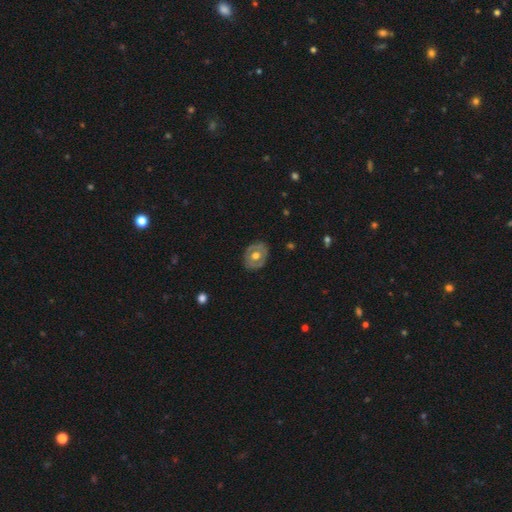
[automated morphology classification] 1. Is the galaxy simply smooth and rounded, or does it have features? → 54% featured or disk, 40% smooth, 6% star or artifact.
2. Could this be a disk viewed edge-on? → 93% no, 7% yes.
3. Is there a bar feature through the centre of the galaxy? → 83% no, 13% weak, 4% strong.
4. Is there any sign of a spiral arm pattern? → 82% no, 18% yes.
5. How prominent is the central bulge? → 73% moderate, 19% large, 6% small, 1% dominant, 1% none.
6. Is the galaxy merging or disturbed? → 81% none, 14% minor disturbance, 4% major disturbance, 1% merger.